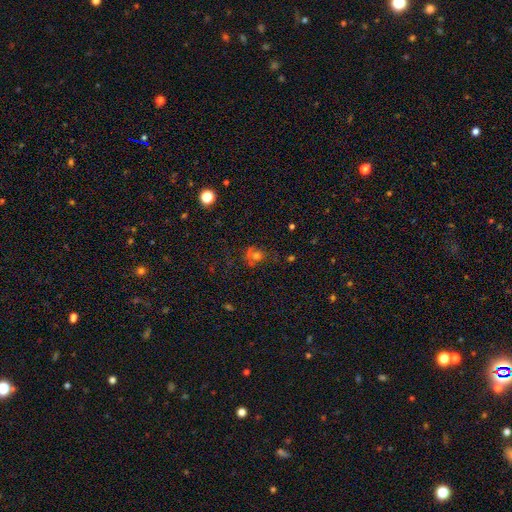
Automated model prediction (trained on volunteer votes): smooth_or_featured: smooth (p=0.54) [alt: star or artifact p=0.28]
how_rounded: round (p=0.68) [alt: in between p=0.31]
merging: none (p=0.47) [alt: minor disturbance p=0.19]